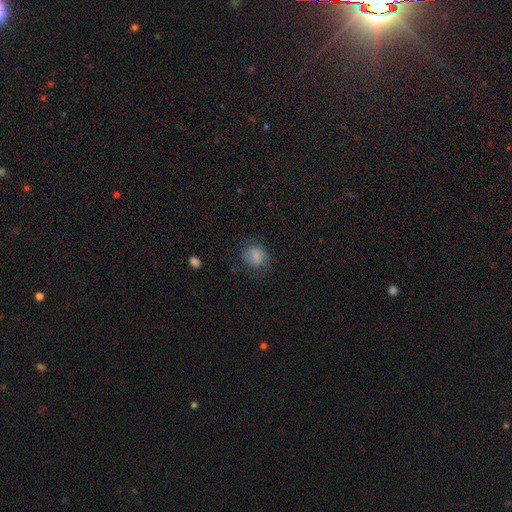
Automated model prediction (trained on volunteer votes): Smooth or featured: smooth — 76% (featured or disk — 13%)
How rounded: round — 65% (in between — 34%)
Merging: none — 63% (minor disturbance — 22%)